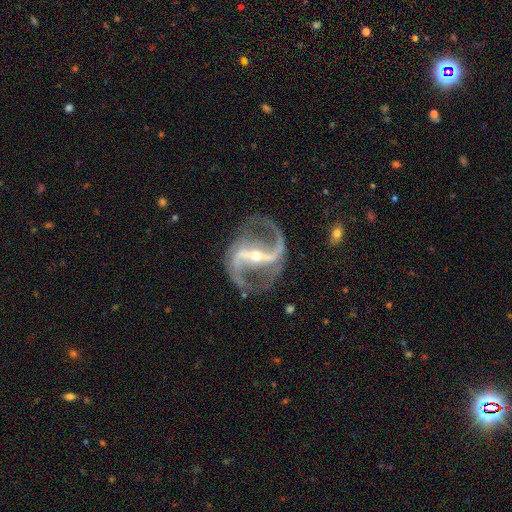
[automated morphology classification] The model was most divided on "spiral winding": medium: 49%, loose: 39%, tight: 11%. More confident: spiral arms — yes (98%); edge-on disk — no (97%); spiral arm count — 2 (94%); smooth or featured — featured or disk (93%); merging — none (79%); bar — strong (72%); bulge size — small (64%).